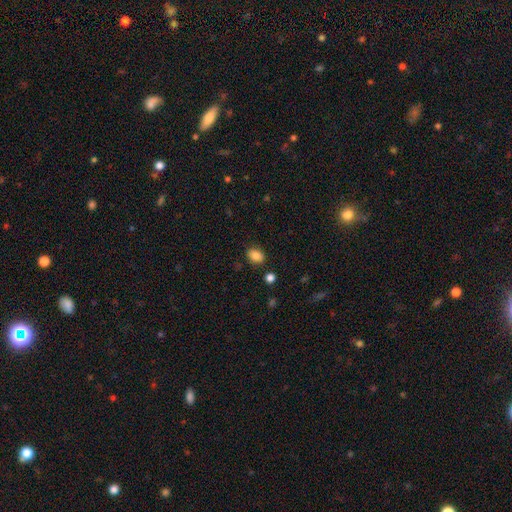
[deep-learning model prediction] Q: Smooth or featured?
A: smooth (85%); runner-up: star or artifact (10%)
Q: How rounded?
A: in between (74%); runner-up: round (25%)
Q: Merging?
A: none (83%); runner-up: minor disturbance (12%)